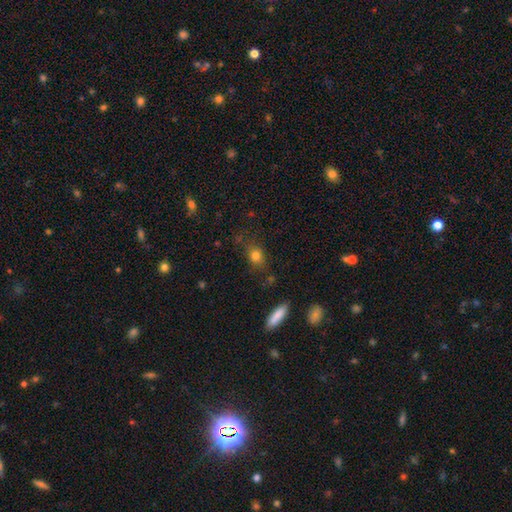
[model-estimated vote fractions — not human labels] A smooth galaxy with no disk features (78%) that is in between round and cigar-shaped (51%).

Vote fractions:
- Smooth or featured? smooth: 78% / star or artifact: 13% / featured or disk: 9%
- How rounded? in between: 51% / round: 45% / cigar-shaped: 5%
- Merging? none: 73% / minor disturbance: 17% / major disturbance: 6% / merger: 4%